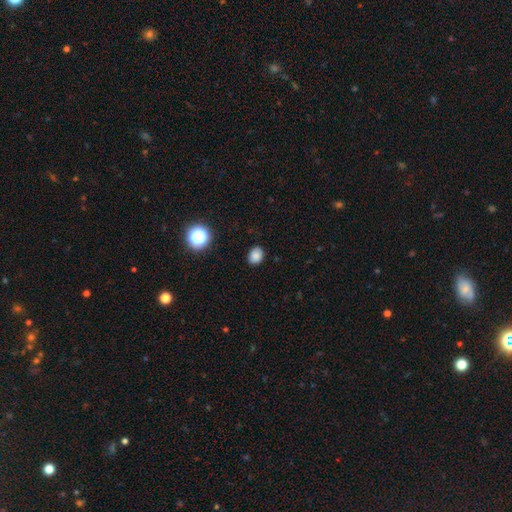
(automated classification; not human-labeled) smooth_or_featured: smooth (p=0.83) [alt: star or artifact p=0.13]
how_rounded: in between (p=0.53) [alt: round p=0.46]
merging: none (p=0.85) [alt: minor disturbance p=0.11]